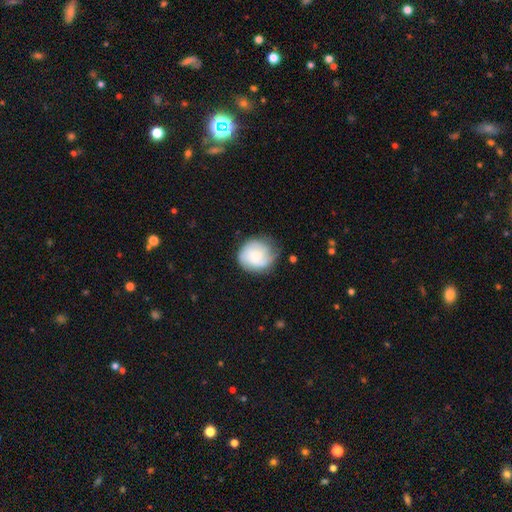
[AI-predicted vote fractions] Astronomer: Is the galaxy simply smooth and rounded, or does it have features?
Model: smooth — 56% (runner-up: featured or disk, 37%).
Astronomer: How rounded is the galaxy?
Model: round — 85%.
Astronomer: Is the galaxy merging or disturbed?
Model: none — 66%.